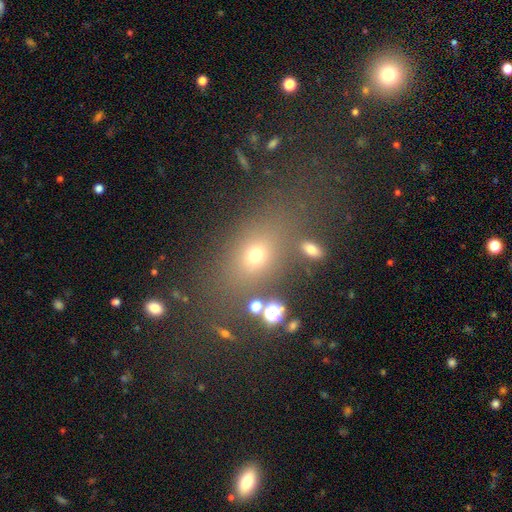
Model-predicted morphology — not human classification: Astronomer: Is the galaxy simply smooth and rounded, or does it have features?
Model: smooth — 62%.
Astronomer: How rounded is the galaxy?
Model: in between — 64%.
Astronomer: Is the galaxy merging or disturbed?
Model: none — 70%.